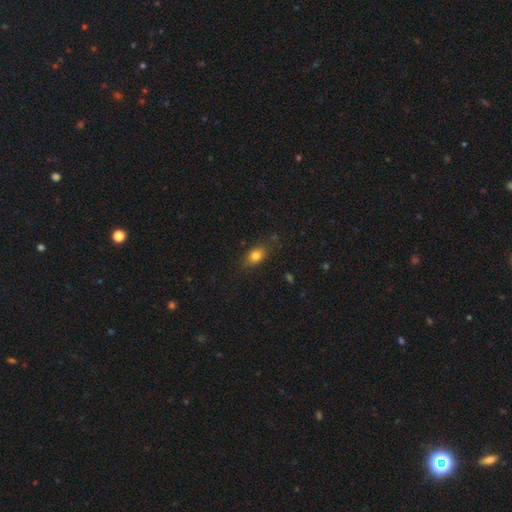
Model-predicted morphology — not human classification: Smooth or featured: smooth — 80% (star or artifact — 11%)
How rounded: in between — 74% (round — 23%)
Merging: none — 79% (minor disturbance — 16%)